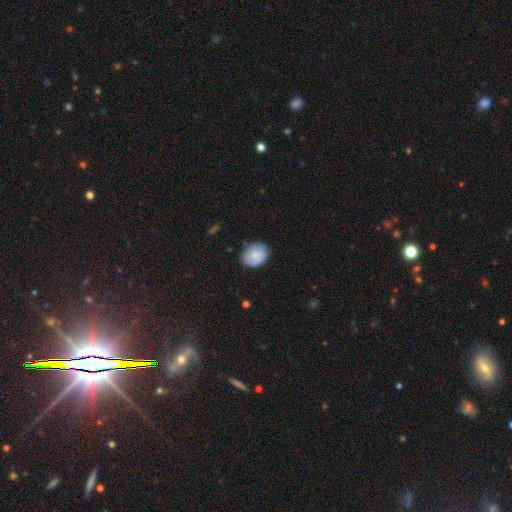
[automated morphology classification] A smooth galaxy with no disk features (62%) that is in between round and cigar-shaped (50%). Merging: none (76%).